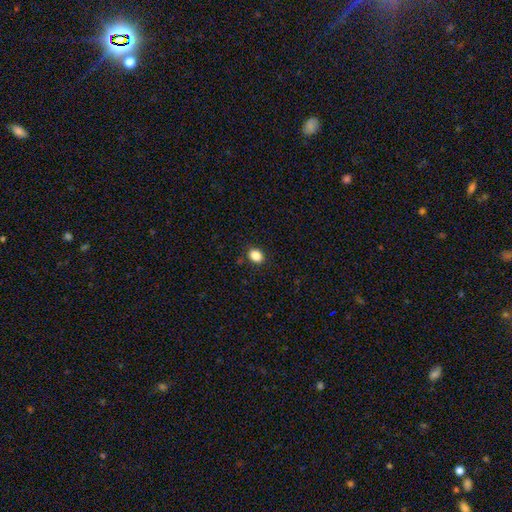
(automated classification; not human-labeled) A smooth galaxy with no disk features (86%) that is in between round and cigar-shaped (57%).

Vote fractions:
- Smooth or featured? smooth: 86% / star or artifact: 10% / featured or disk: 4%
- How rounded? in between: 57% / round: 42% / cigar-shaped: 1%
- Merging? none: 88% / minor disturbance: 9% / major disturbance: 2% / merger: 1%